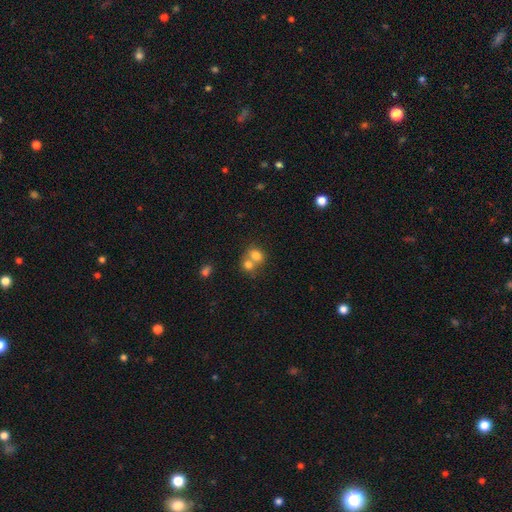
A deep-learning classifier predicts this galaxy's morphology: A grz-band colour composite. It shows a smooth galaxy with no disk features (75%) that is round (55%). Merging: merger (61%).